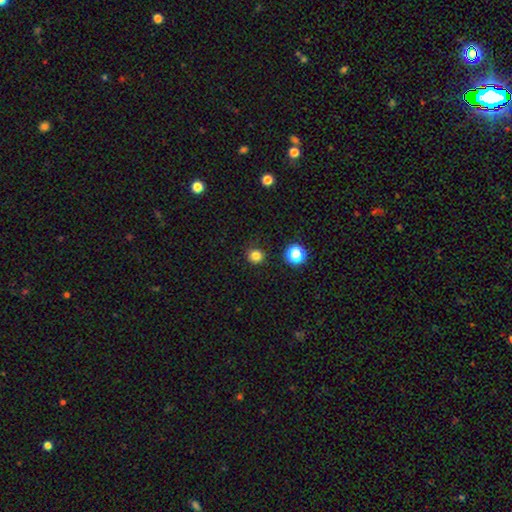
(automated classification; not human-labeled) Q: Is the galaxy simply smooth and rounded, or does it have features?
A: smooth — 82%.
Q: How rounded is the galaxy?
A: round — 93%.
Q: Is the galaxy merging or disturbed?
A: none — 91%.